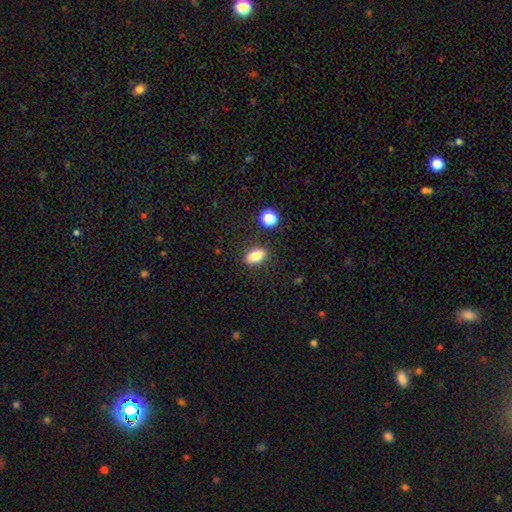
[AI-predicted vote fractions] Smooth or featured?
  - smooth: 82% *
  - star or artifact: 10%
  - featured or disk: 9%
How rounded?
  - in between: 84% *
  - round: 8%
  - cigar-shaped: 8%
Merging?
  - none: 86% *
  - minor disturbance: 9%
  - merger: 3%
  - major disturbance: 2%